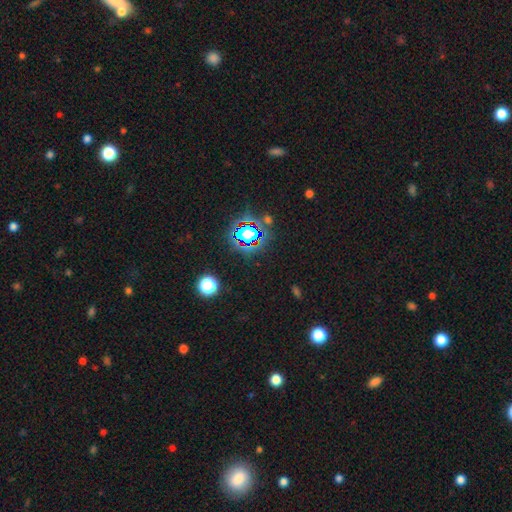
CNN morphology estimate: Smooth or featured? star or artifact (76%)